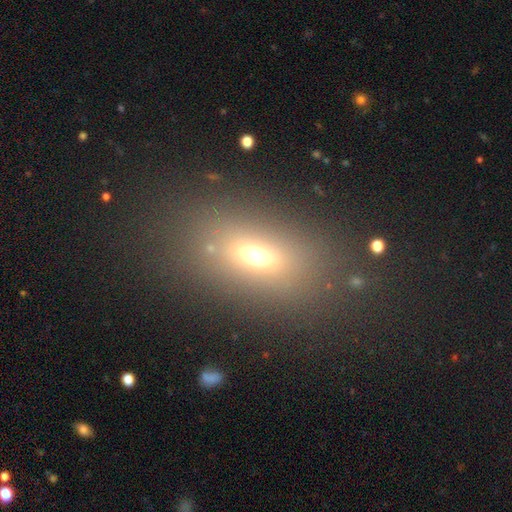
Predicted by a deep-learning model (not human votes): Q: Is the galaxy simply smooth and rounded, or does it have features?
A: smooth — 61%.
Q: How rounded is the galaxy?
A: in between — 78%.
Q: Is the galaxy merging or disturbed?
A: none — 77%.